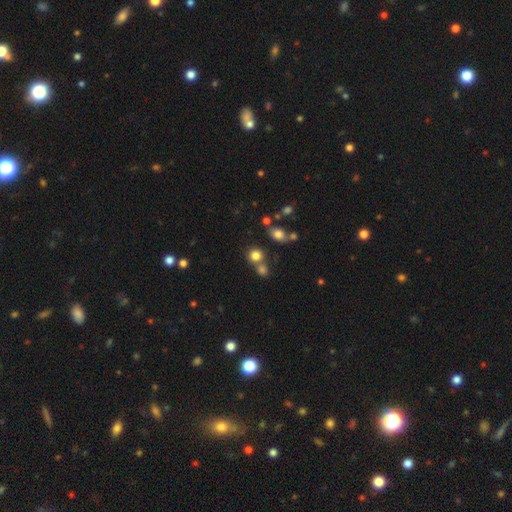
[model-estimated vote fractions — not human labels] smooth-or-featured: smooth: 78% | star or artifact: 15% | featured or disk: 7%
  how-rounded: round: 84% | in between: 15% | cigar-shaped: 1%
  merging: none: 60% | merger: 28% | minor disturbance: 9% | major disturbance: 4%